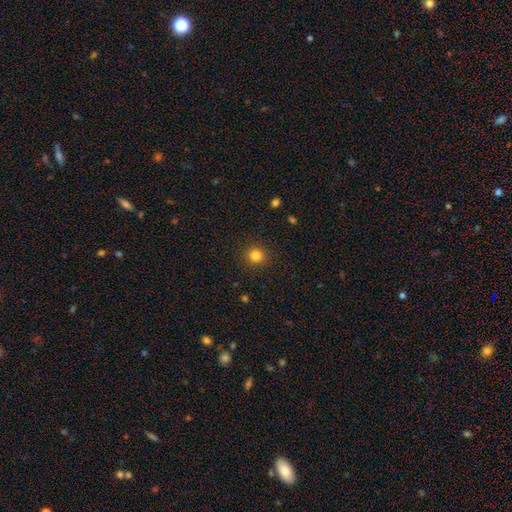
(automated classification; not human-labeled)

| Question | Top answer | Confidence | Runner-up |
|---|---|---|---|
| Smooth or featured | smooth | 82% | star or artifact (13%) |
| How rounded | round | 90% | in between (9%) |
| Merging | none | 91% | minor disturbance (6%) |